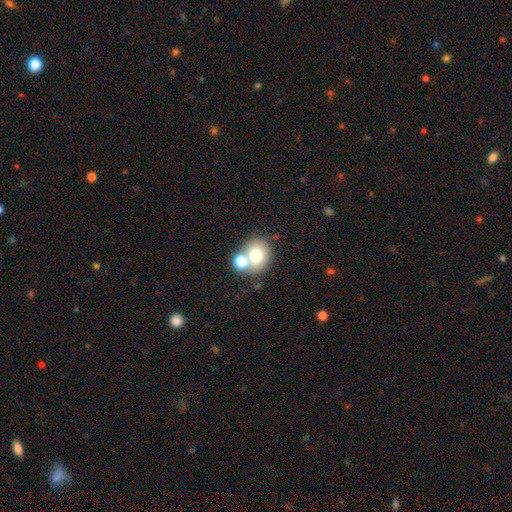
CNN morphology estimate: type=smooth (73%); roundness=round (65%); merging=none (52%).